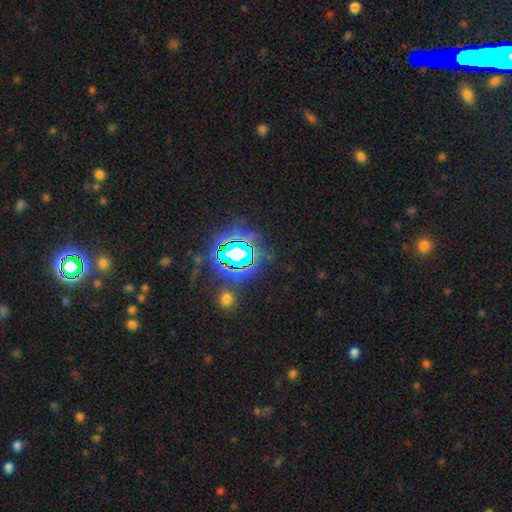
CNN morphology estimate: This appears to be a star or artifact, not a galaxy (83%).